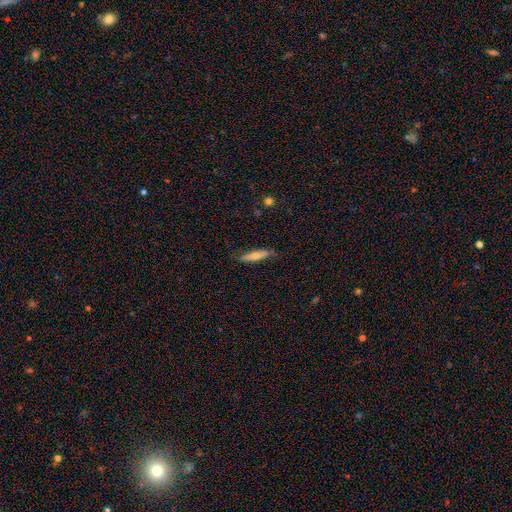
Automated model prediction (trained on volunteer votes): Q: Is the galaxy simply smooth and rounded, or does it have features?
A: smooth — 61%.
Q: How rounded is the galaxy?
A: cigar-shaped — 75%.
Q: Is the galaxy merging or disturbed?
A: none — 77%.